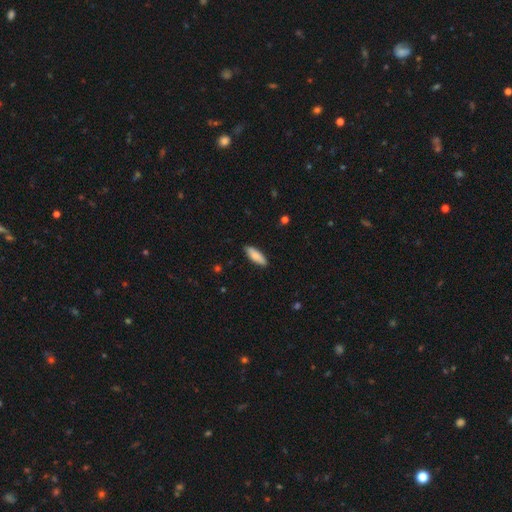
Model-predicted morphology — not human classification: A smooth galaxy with no disk features (82%) that is in between round and cigar-shaped (58%). Merging: none (87%).